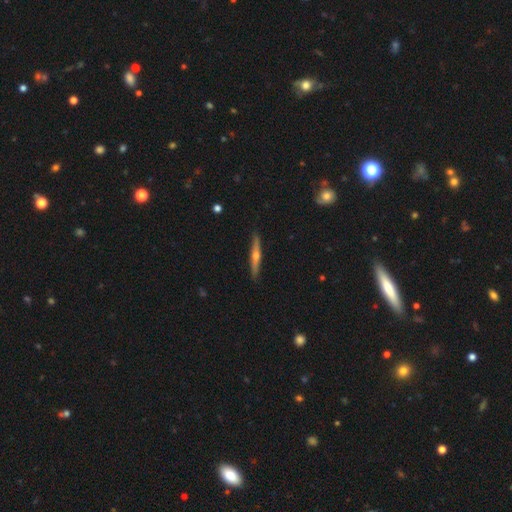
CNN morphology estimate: Overall: featured or disk (69%). Edge-on disk: yes (97%). Edge-on bulge: rounded (89%). Merging: none (90%).